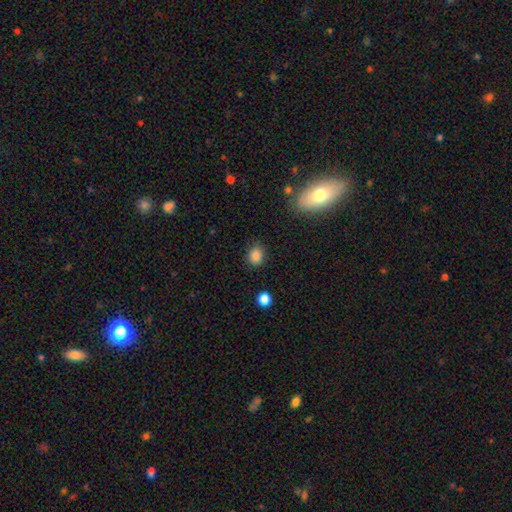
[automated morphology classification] Smooth or featured? Predicted: smooth (p=0.85). How rounded? Predicted: round (p=0.64). Merging? Predicted: none (p=0.85).